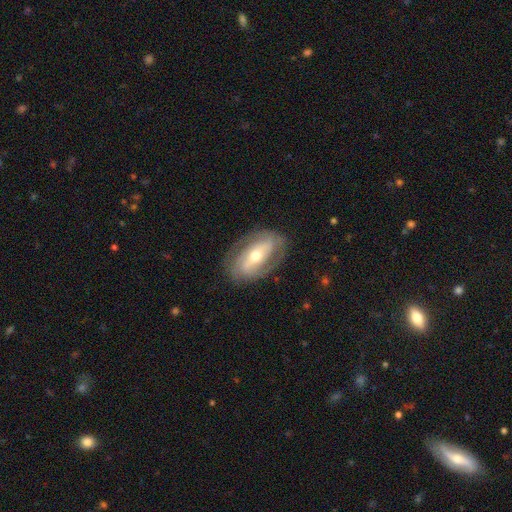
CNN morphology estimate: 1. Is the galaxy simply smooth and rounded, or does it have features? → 77% featured or disk, 17% smooth, 6% star or artifact.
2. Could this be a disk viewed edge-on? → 92% no, 8% yes.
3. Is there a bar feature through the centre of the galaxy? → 45% strong, 30% weak, 25% no.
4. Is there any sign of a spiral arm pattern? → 81% yes, 19% no.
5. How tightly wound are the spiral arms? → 43% tight, 39% medium, 18% loose.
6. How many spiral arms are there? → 77% 2, 14% can't tell, 4% 1, 3% 3, 1% 4, 1% more than 4.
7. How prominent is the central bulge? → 59% moderate, 34% small, 4% large, 1% dominant, 1% none.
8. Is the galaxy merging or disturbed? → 79% none, 14% minor disturbance, 6% major disturbance, 1% merger.